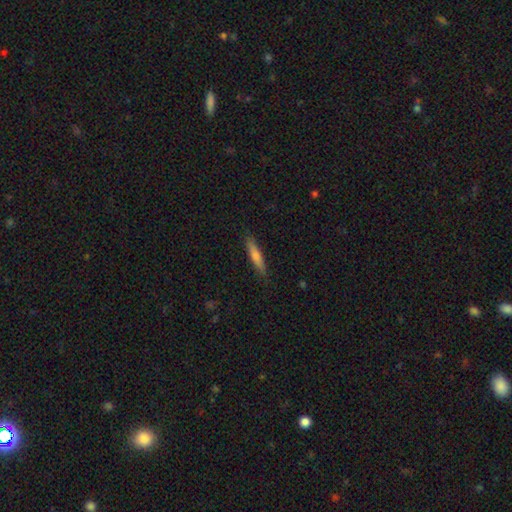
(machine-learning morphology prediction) type=smooth (58%); roundness=cigar-shaped (90%); merging=none (89%).